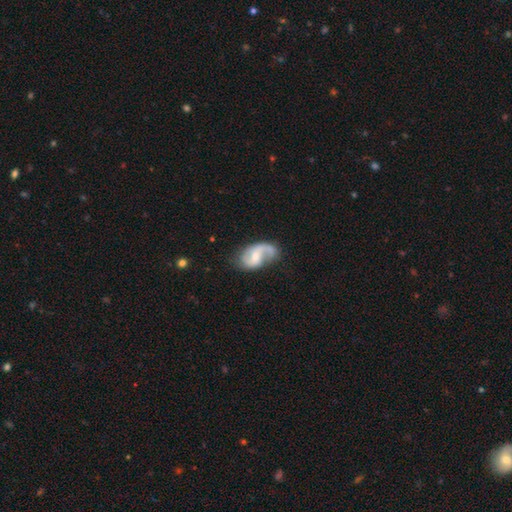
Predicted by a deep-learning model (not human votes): smooth-or-featured: featured or disk: 79% | smooth: 16% | star or artifact: 5%
  disk-edge-on: no: 97% | yes: 3%
    bar: weak: 46% | no: 43% | strong: 11%
    has-spiral-arms: yes: 93% | no: 7%
      spiral-winding: loose: 50% | medium: 39% | tight: 11%
      spiral-arm-count: 2: 75% | 1: 18% | can't tell: 4% | 3: 1% | 4: 1% | more than 4: 1%
    bulge-size: moderate: 48% | small: 44% | none: 4% | large: 3% | dominant: 1%
  merging: none: 56% | minor disturbance: 25% | major disturbance: 15% | merger: 3%